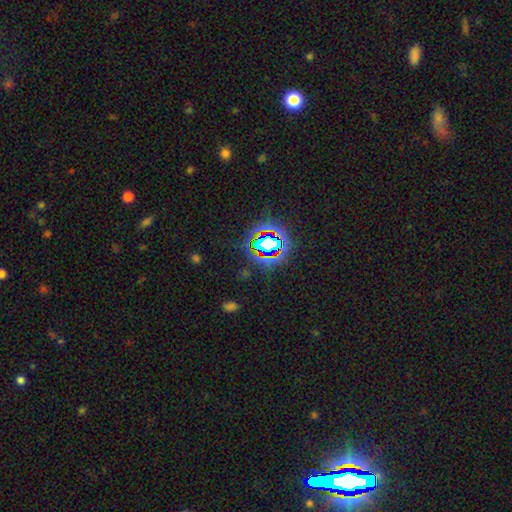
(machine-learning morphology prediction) type=star or artifact (79%).